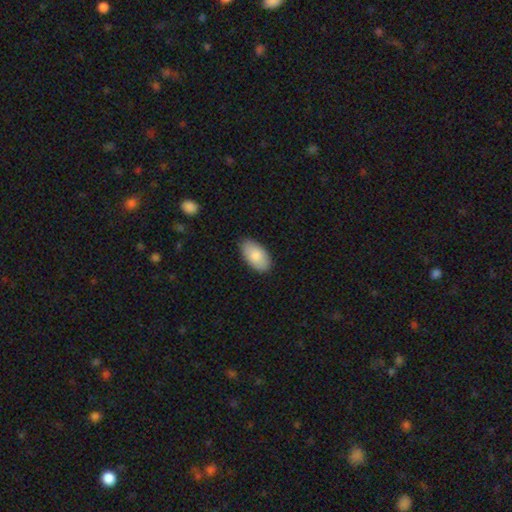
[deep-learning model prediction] smooth-or-featured: smooth: 84% | featured or disk: 10% | star or artifact: 6%
  how-rounded: in between: 96% | round: 3% | cigar-shaped: 2%
  merging: none: 86% | minor disturbance: 11% | major disturbance: 2% | merger: 1%